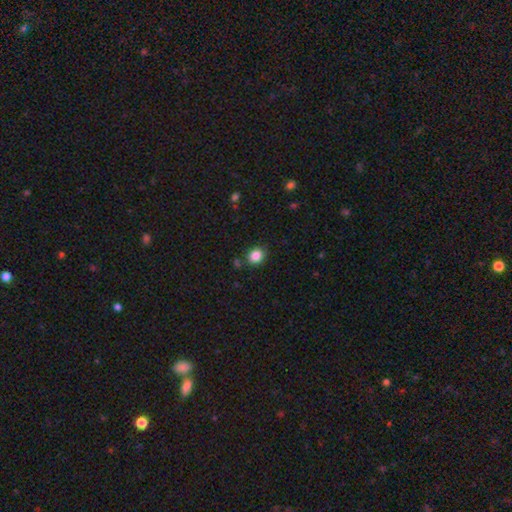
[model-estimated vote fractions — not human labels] A smooth galaxy with no disk features (85%) that is round (69%). Merging: none (83%).